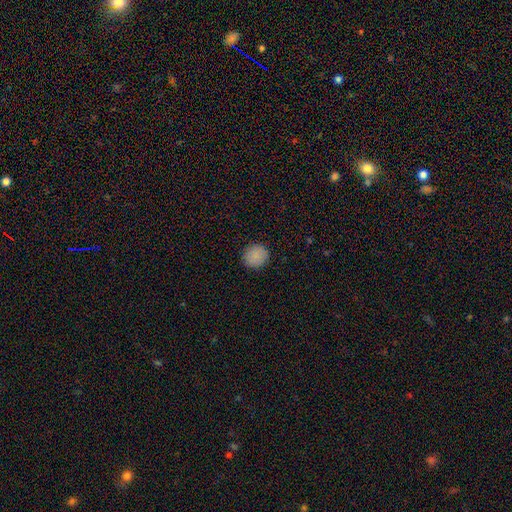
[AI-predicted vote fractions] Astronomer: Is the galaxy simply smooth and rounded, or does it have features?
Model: smooth — 88%.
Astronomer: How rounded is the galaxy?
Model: round — 84%.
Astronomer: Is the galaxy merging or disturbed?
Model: none — 90%.